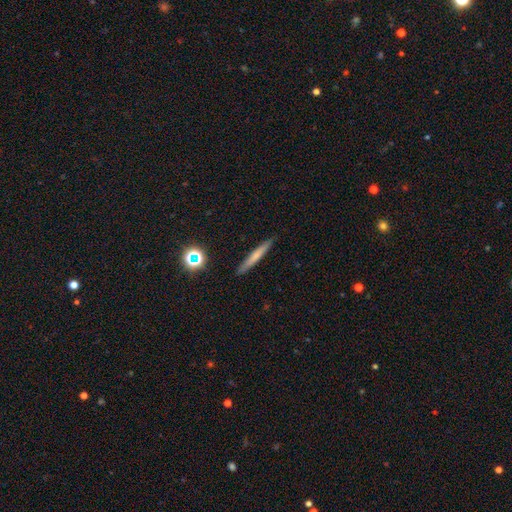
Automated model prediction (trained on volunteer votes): Smooth or featured: smooth — 60% (featured or disk — 31%)
How rounded: cigar-shaped — 94% (in between — 4%)
Merging: none — 90% (minor disturbance — 7%)